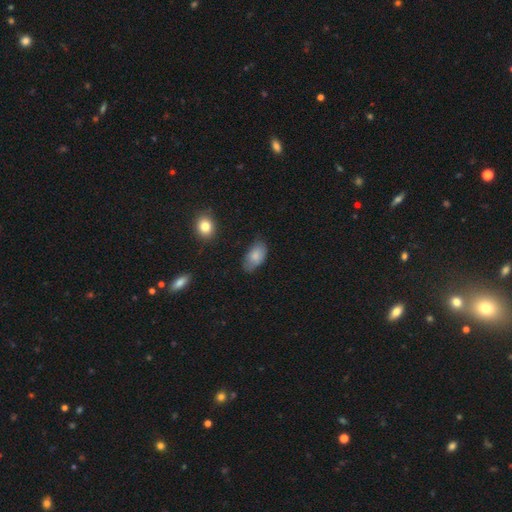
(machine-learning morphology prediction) smooth-or-featured: smooth: 82% | featured or disk: 11% | star or artifact: 7%
  how-rounded: in between: 94% | round: 4% | cigar-shaped: 2%
  merging: none: 68% | minor disturbance: 25% | major disturbance: 5% | merger: 2%